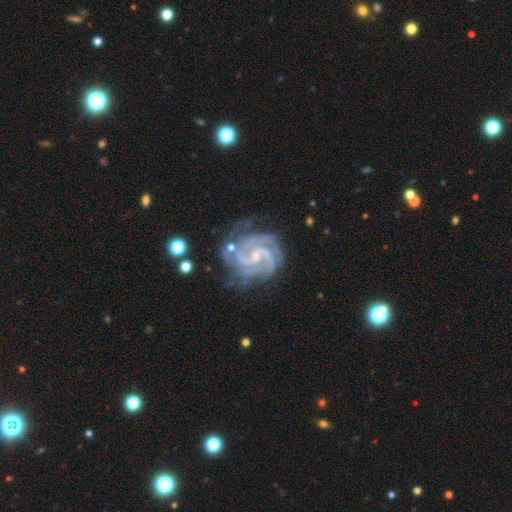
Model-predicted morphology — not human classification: Smooth or featured: featured or disk — 93% (star or artifact — 5%)
Edge-on disk: no — 98% (yes — 2%)
Bar: weak — 42% (no — 41%)
Spiral arms: yes — 99% (no — 1%)
Spiral winding: tight — 60% (medium — 36%)
Spiral arm count: 3 — 40% (4 — 20%)
Bulge size: small — 74% (moderate — 20%)
Merging: none — 68% (minor disturbance — 21%)